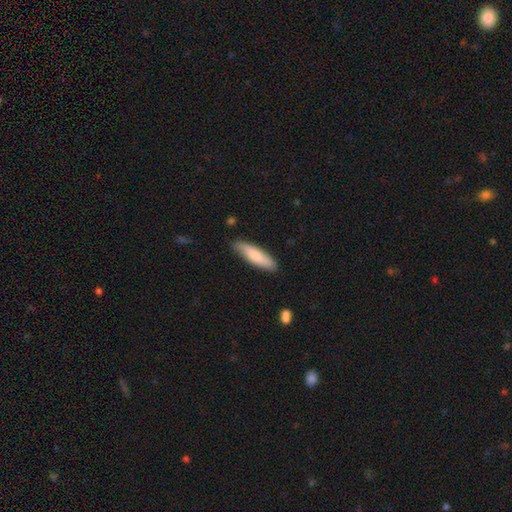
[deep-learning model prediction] smooth-or-featured: smooth: 79% | featured or disk: 16% | star or artifact: 5%
  how-rounded: cigar-shaped: 64% | in between: 34% | round: 1%
  merging: none: 82% | minor disturbance: 15% | major disturbance: 2% | merger: 1%